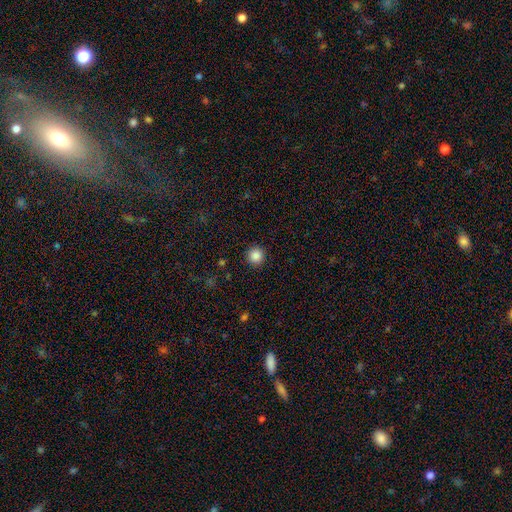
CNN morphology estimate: smooth-or-featured: smooth: 86% | star or artifact: 11% | featured or disk: 3%
  how-rounded: round: 95% | in between: 4% | cigar-shaped: 1%
  merging: none: 92% | minor disturbance: 5% | major disturbance: 2% | merger: 1%